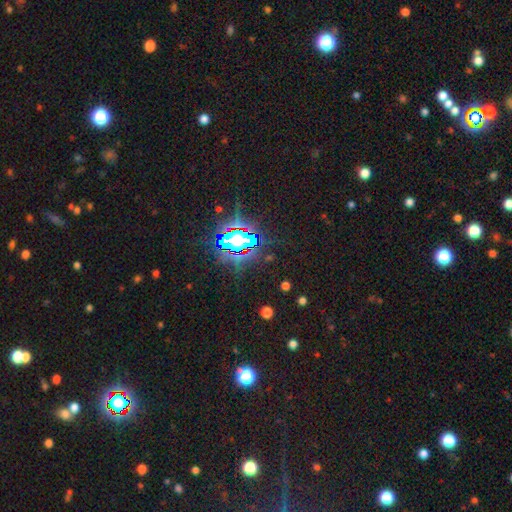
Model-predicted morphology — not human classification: smooth-or-featured: star or artifact: 84% | smooth: 10% | featured or disk: 7%